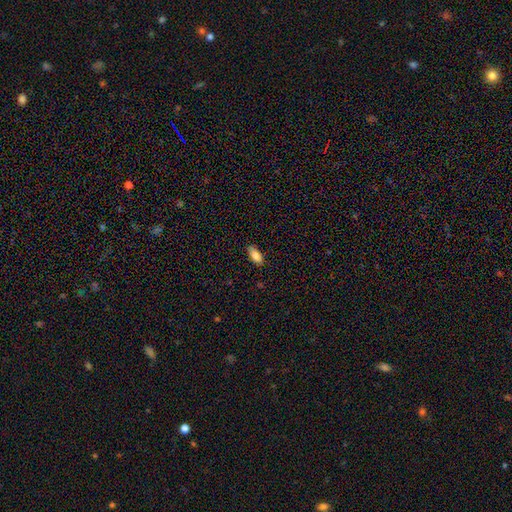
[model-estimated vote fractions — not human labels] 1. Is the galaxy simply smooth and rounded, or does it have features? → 85% smooth, 8% featured or disk, 7% star or artifact.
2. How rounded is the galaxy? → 83% in between, 15% cigar-shaped, 2% round.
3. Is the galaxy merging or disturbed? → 84% none, 13% minor disturbance, 2% major disturbance, 1% merger.